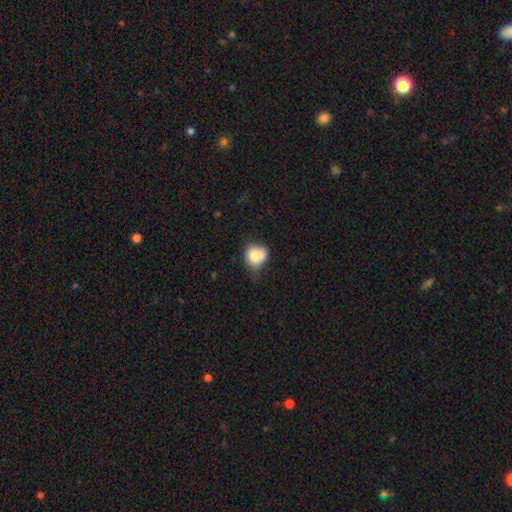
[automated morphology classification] smooth 81%, featured or disk 10%, star or artifact 9%. Down the decision tree: how rounded — round (73%); merging — none (49%).